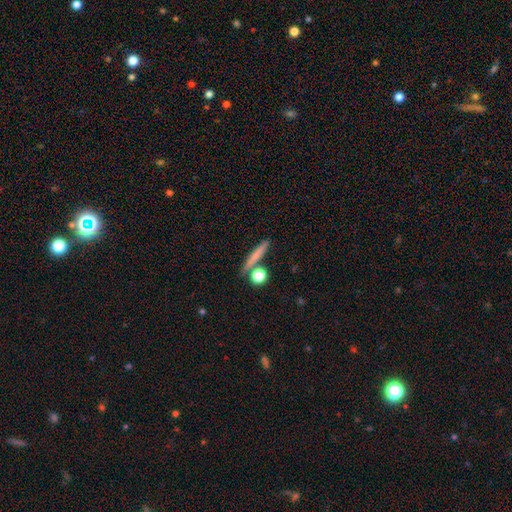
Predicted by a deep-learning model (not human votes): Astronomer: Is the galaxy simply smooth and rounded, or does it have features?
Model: smooth — 72%.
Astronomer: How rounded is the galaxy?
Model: cigar-shaped — 75%.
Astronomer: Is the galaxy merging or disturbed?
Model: none — 75%.